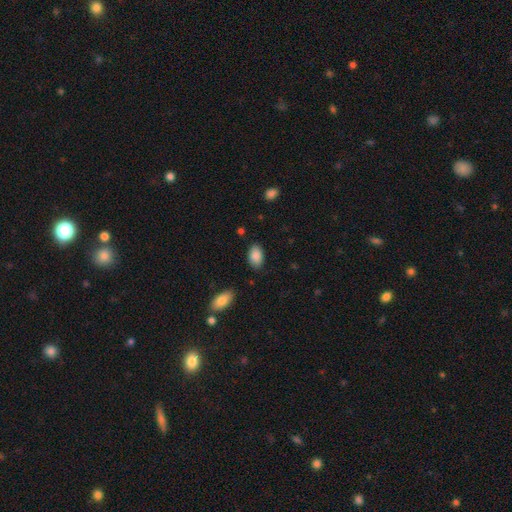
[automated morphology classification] The model was most divided on "merging": none: 83%, minor disturbance: 12%, major disturbance: 3%, merger: 2%. More confident: how rounded — in between (92%); smooth or featured — smooth (88%).